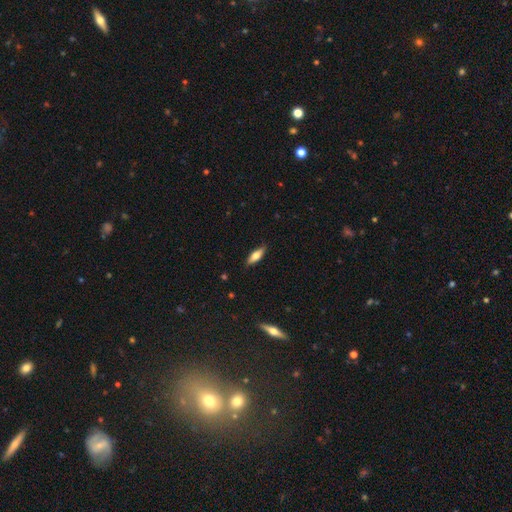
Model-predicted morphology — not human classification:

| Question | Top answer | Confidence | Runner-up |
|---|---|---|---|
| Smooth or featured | smooth | 62% | featured or disk (32%) |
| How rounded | in between | 53% | cigar-shaped (45%) |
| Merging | none | 86% | minor disturbance (11%) |